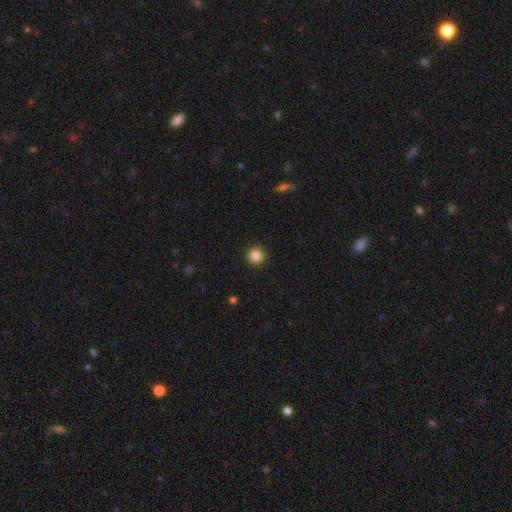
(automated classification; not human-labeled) smooth-or-featured: smooth: 86% | star or artifact: 11% | featured or disk: 4%
  how-rounded: round: 96% | in between: 3% | cigar-shaped: 1%
  merging: none: 93% | minor disturbance: 4% | major disturbance: 2% | merger: 1%